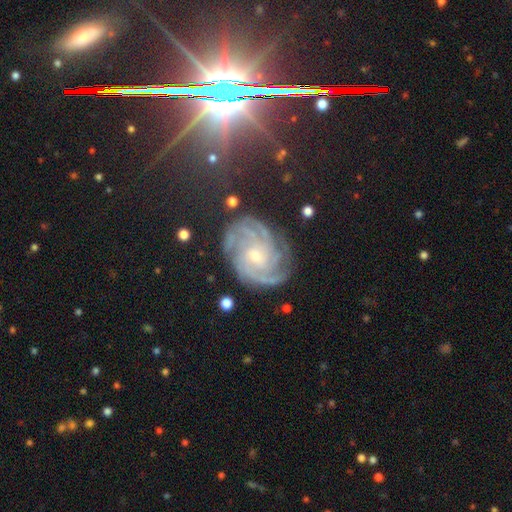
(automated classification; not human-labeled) Overall: featured or disk (86%). Edge-on disk: no (98%). Bar: no (65%; weak 28%). Spiral arms: yes (98%). Spiral arm count: 4 (24%; can't tell 23%). Spiral winding: tight (71%). Bulge size: small (57%; moderate 39%). Merging: none (76%).